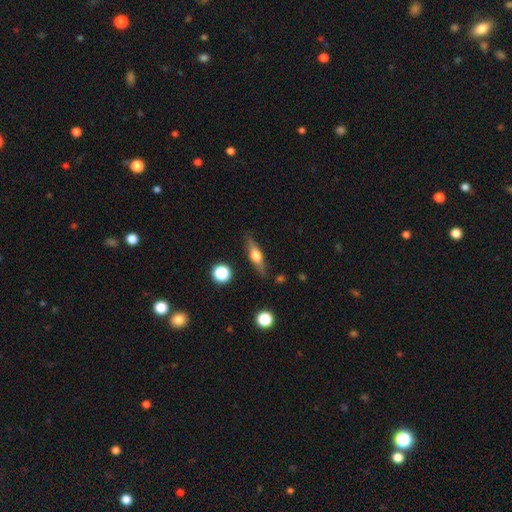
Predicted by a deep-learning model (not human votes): Q: Smooth or featured?
A: featured or disk (53%); runner-up: smooth (39%)
Q: Edge-on disk?
A: yes (92%); runner-up: no (8%)
Q: Merging?
A: none (84%); runner-up: minor disturbance (11%)